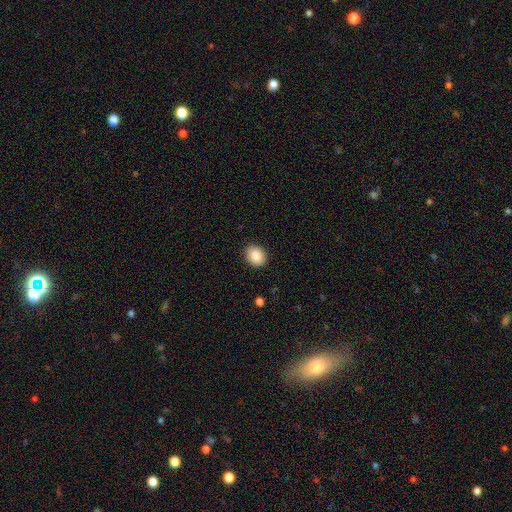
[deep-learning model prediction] Morphology: type=smooth (87%); roundness=round (54%); merging=none (90%).